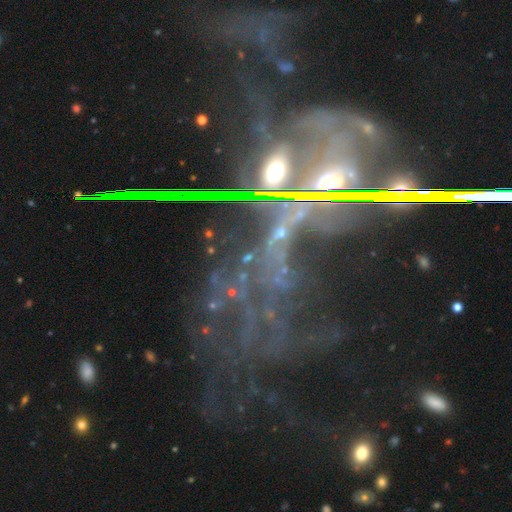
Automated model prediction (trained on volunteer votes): This appears to be a star or artifact, not a galaxy (52%).